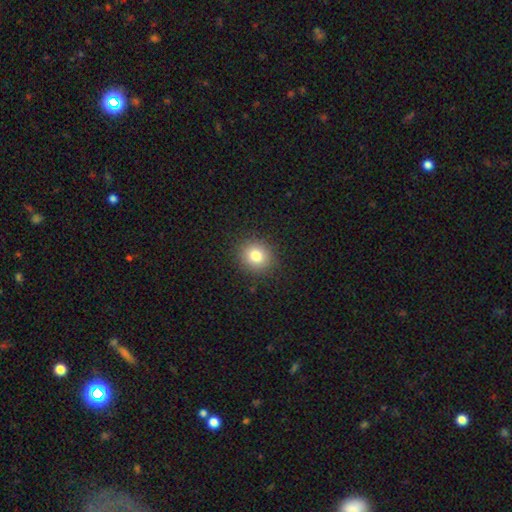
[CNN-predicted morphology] Smooth or featured: smooth — 80% (star or artifact — 12%)
How rounded: round — 84% (in between — 15%)
Merging: none — 90% (minor disturbance — 7%)